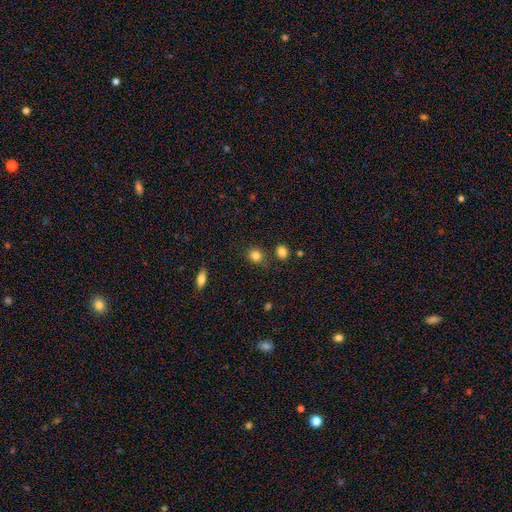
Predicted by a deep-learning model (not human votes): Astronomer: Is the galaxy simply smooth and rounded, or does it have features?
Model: smooth — 84%.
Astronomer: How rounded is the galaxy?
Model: round — 70%.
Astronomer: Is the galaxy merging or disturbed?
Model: none — 79%.